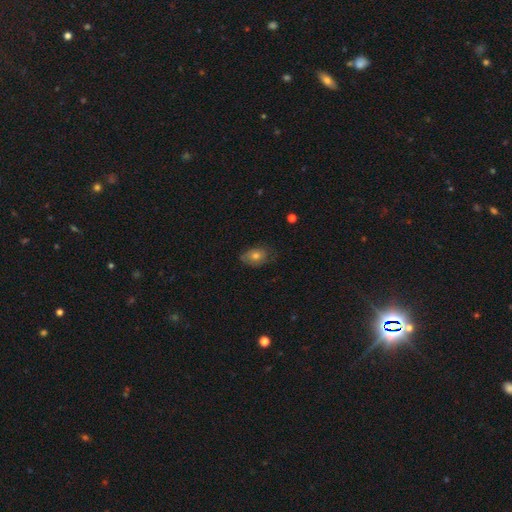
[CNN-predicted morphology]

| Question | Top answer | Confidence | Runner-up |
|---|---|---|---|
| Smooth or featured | smooth | 65% | featured or disk (25%) |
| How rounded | in between | 80% | round (19%) |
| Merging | none | 65% | minor disturbance (26%) |